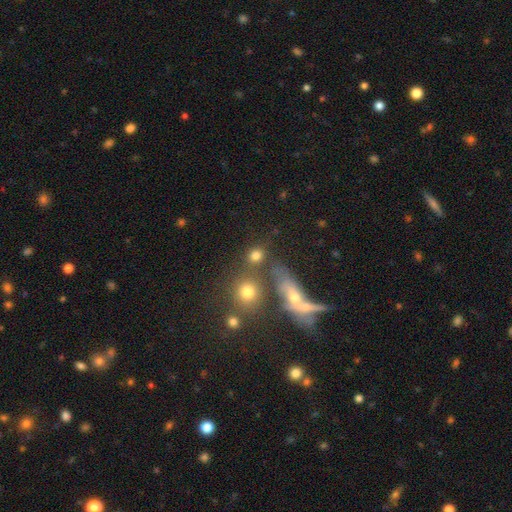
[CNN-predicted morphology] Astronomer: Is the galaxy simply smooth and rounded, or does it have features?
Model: smooth — 76%.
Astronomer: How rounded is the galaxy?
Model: round — 73%.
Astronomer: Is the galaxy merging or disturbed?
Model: none — 65%.